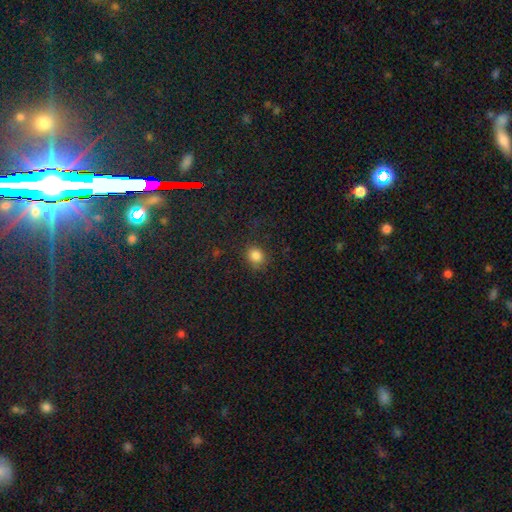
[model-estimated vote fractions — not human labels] Overall: smooth (83%). How rounded: round (75%). Merging: none (80%).